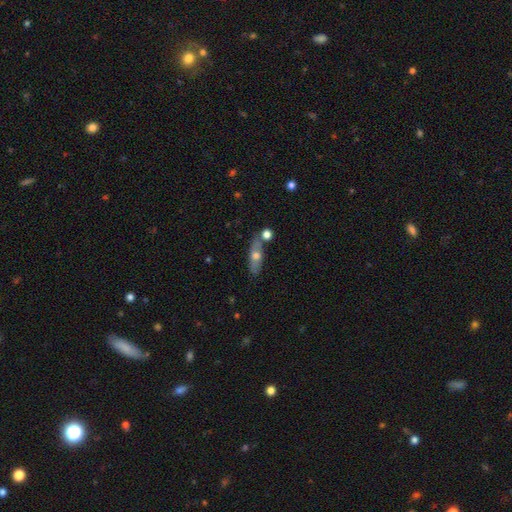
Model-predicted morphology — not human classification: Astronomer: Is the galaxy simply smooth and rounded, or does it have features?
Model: smooth — 54% (runner-up: featured or disk, 38%).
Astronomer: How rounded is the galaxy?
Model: in between — 52% (runner-up: cigar-shaped, 43%).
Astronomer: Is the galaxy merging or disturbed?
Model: none — 67%.